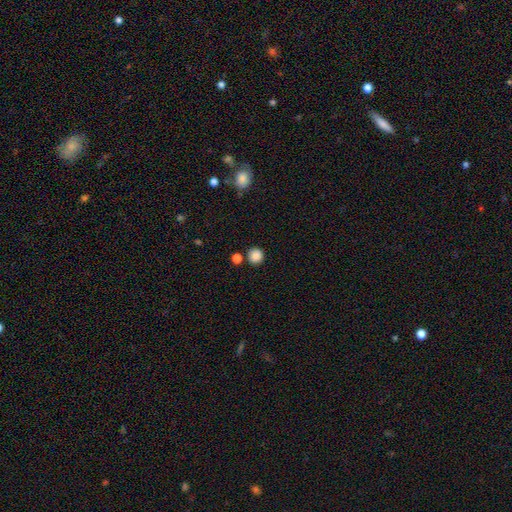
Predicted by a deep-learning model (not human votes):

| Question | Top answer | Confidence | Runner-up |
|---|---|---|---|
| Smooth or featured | smooth | 86% | star or artifact (10%) |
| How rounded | round | 93% | in between (6%) |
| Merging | none | 83% | minor disturbance (8%) |